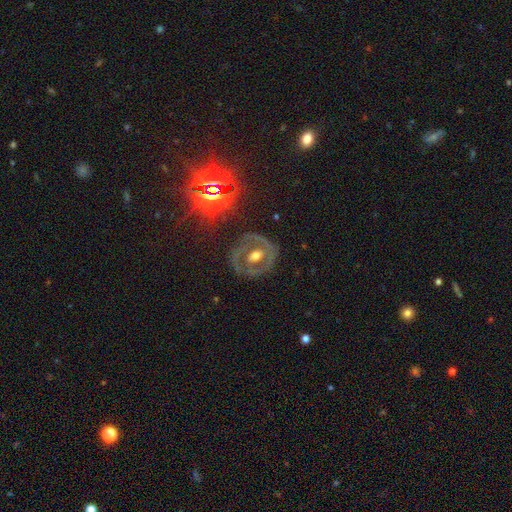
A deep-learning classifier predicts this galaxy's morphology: This is likely a featured or disk galaxy (72%). It is clearly not viewed edge-on (95%). Bar: possibly no (51%). Spiral arm pattern: possibly no (51%). Central bulge: likely moderate (64%). Merging: likely none (73%).